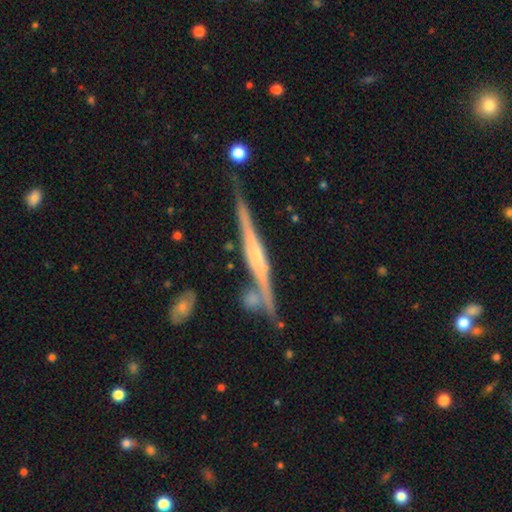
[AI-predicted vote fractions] Smooth or featured?
  - featured or disk: 79% *
  - smooth: 15%
  - star or artifact: 6%
Edge-on disk?
  - yes: 96% *
  - no: 4%
Edge-on bulge?
  - rounded: 46% *
  - none: 31%
  - boxy: 23%
Merging?
  - none: 70% *
  - minor disturbance: 16%
  - merger: 9%
  - major disturbance: 4%